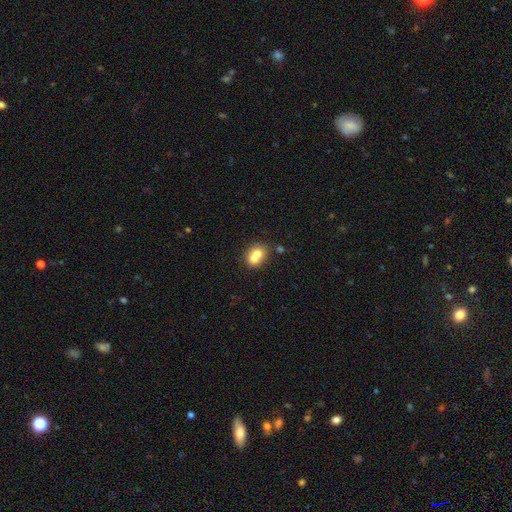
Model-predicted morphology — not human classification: The model was most divided on "how rounded": round: 57%, in between: 42%, cigar-shaped: 1%. More confident: smooth or featured — smooth (67%); merging — merger (63%).